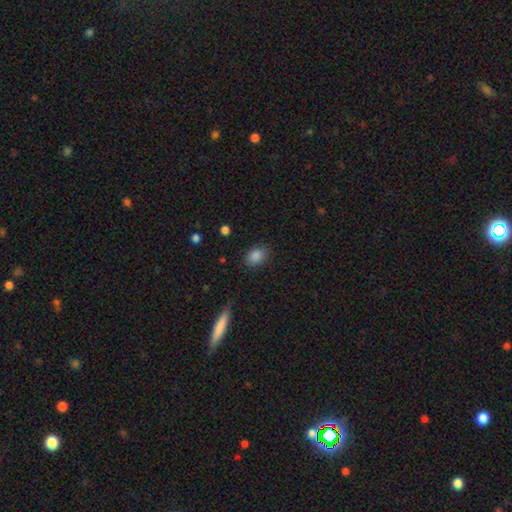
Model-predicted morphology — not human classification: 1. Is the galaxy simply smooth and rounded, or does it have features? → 86% smooth, 10% star or artifact, 4% featured or disk.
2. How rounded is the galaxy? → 65% in between, 33% round, 1% cigar-shaped.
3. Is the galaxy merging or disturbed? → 82% none, 13% minor disturbance, 4% major disturbance, 1% merger.